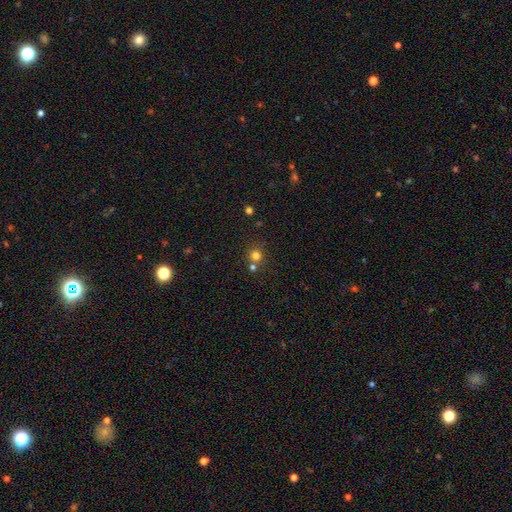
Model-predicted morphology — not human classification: The model was most divided on "merging": none: 67%, merger: 22%, minor disturbance: 8%, major disturbance: 3%. More confident: how rounded — round (91%); smooth or featured — smooth (76%).